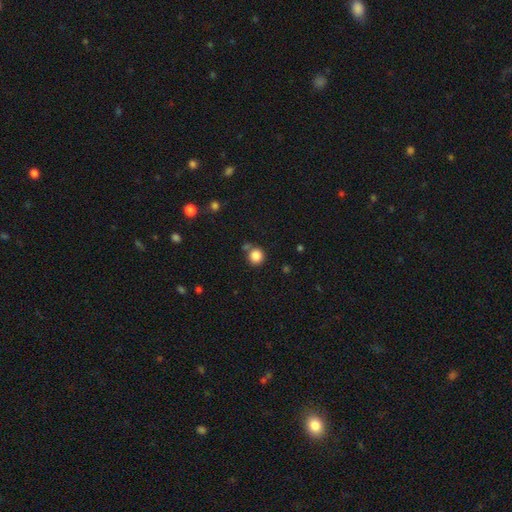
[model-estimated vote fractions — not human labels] This appears to be a smooth galaxy with no disk features (86%) that is round (91%). Merging: none (74%).